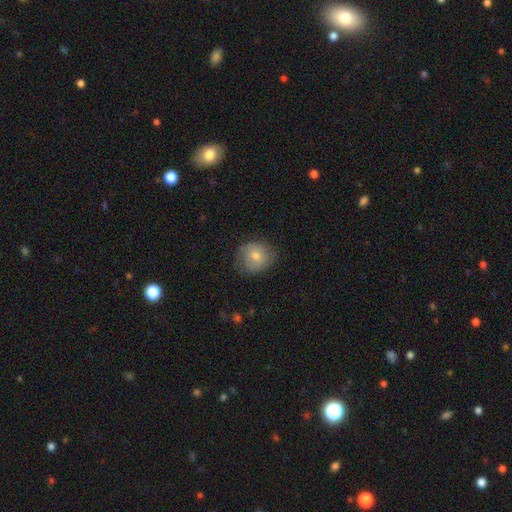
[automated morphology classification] Smooth or featured? smooth (65%)
How rounded? round (79%)
Merging? none (76%)